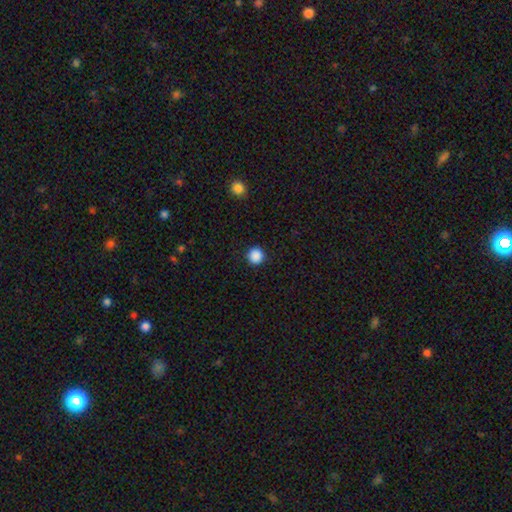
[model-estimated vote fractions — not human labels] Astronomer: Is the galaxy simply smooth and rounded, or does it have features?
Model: smooth — 88%.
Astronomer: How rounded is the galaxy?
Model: round — 94%.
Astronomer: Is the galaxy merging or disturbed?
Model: none — 92%.